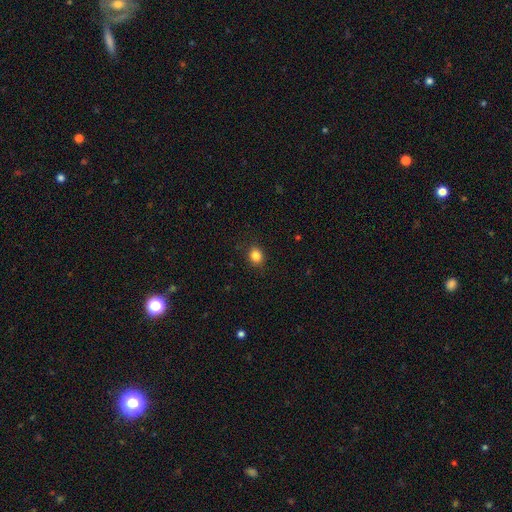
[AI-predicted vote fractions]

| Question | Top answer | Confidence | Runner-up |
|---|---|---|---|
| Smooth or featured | smooth | 84% | star or artifact (11%) |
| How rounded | round | 66% | in between (33%) |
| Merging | none | 88% | minor disturbance (9%) |